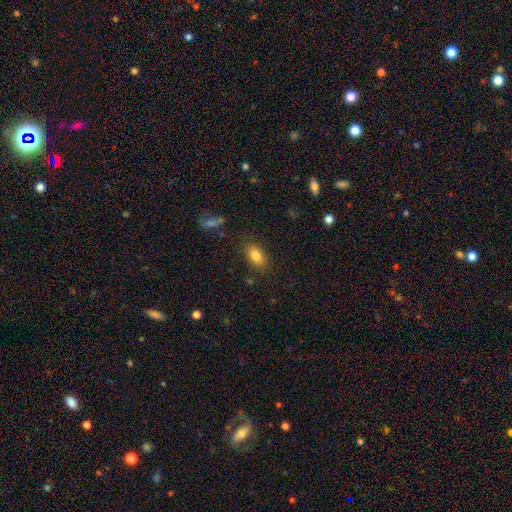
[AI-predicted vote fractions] smooth_or_featured: smooth (p=0.83) [alt: star or artifact p=0.09]
how_rounded: in between (p=0.89) [alt: round p=0.08]
merging: none (p=0.84) [alt: minor disturbance p=0.11]